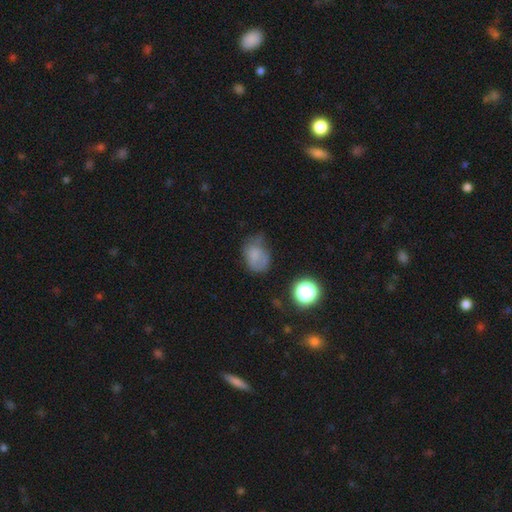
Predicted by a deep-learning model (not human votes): smooth-or-featured: smooth: 67% | featured or disk: 18% | star or artifact: 15%
  how-rounded: in between: 64% | round: 35% | cigar-shaped: 1%
  merging: none: 39% | minor disturbance: 37% | major disturbance: 21% | merger: 3%